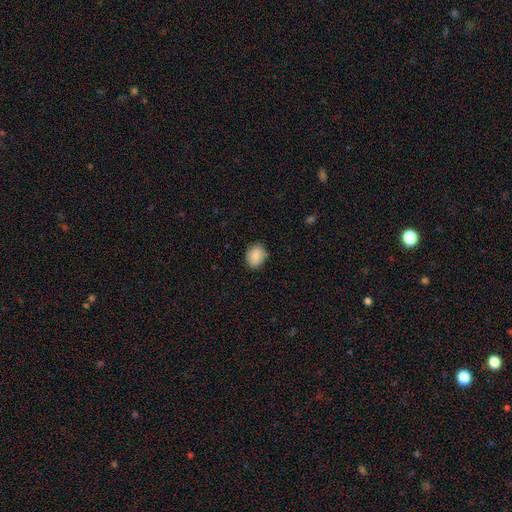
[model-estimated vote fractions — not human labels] Q: Smooth or featured?
A: smooth (85%); runner-up: featured or disk (8%)
Q: How rounded?
A: round (53%); runner-up: in between (46%)
Q: Merging?
A: none (78%); runner-up: minor disturbance (17%)